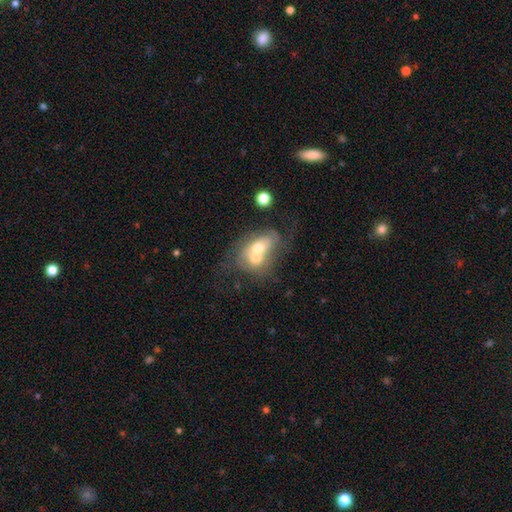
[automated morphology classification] A featured or disk galaxy (48%).

Vote fractions:
- Smooth or featured? featured or disk: 48% / smooth: 43% / star or artifact: 9%
- Merging? merger: 69% / none: 16% / major disturbance: 8% / minor disturbance: 8%